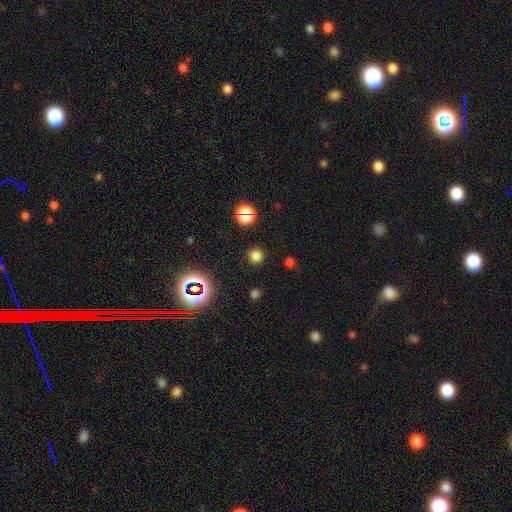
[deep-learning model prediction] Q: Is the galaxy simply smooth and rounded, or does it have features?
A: smooth — 73%.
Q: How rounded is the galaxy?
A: round — 89%.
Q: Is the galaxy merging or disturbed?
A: none — 89%.